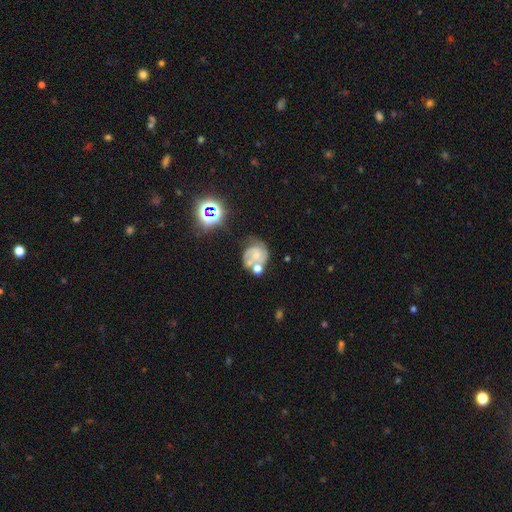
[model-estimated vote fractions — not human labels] A featured or disk galaxy (69%) with no bar (71%), 2 (46%) tight (46%) spiral arms (87%) and a small central bulge (57%).

Vote fractions:
- Smooth or featured? featured or disk: 69% / smooth: 19% / star or artifact: 11%
- Edge-on disk? no: 98% / yes: 2%
- Bar? no: 71% / weak: 25% / strong: 5%
- Spiral arms? yes: 87% / no: 13%
- Spiral winding? tight: 46% / medium: 40% / loose: 14%
- Spiral arm count? 2: 46% / can't tell: 22% / 3: 19% / 1: 8% / 4: 3% / more than 4: 3%
- Bulge size? small: 57% / moderate: 27% / none: 12% / large: 2% / dominant: 1%
- Merging? none: 41% / merger: 24% / minor disturbance: 21% / major disturbance: 14%